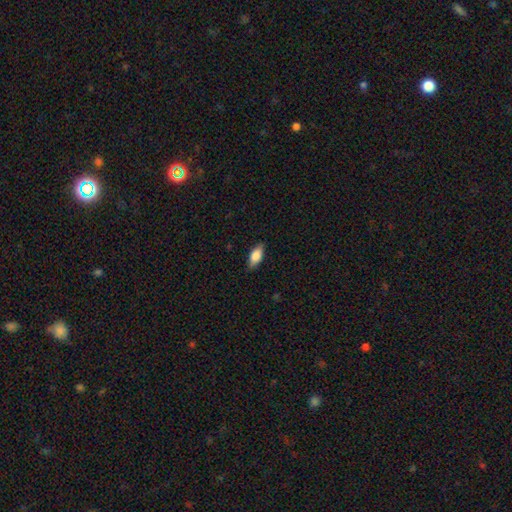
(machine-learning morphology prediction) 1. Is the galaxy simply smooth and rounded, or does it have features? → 80% smooth, 13% featured or disk, 7% star or artifact.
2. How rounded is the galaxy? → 83% in between, 14% cigar-shaped, 3% round.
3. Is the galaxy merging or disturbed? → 84% none, 12% minor disturbance, 2% major disturbance, 1% merger.